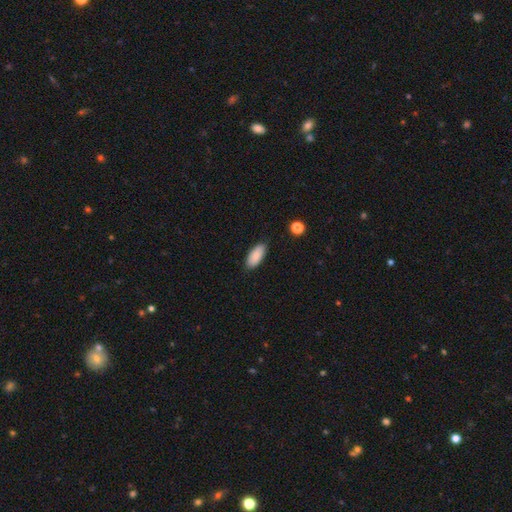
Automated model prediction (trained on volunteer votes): Smooth or featured? smooth (88%)
How rounded? in between (86%)
Merging? none (85%)